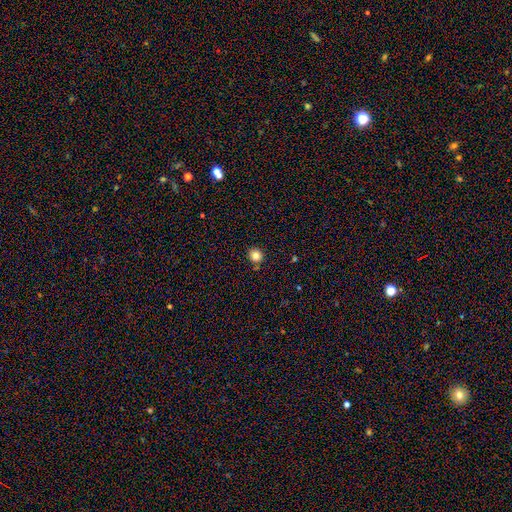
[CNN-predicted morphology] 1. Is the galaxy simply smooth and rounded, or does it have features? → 83% smooth, 11% star or artifact, 6% featured or disk.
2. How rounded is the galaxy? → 88% round, 11% in between, 1% cigar-shaped.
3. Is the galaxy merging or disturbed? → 88% none, 7% minor disturbance, 4% merger, 2% major disturbance.